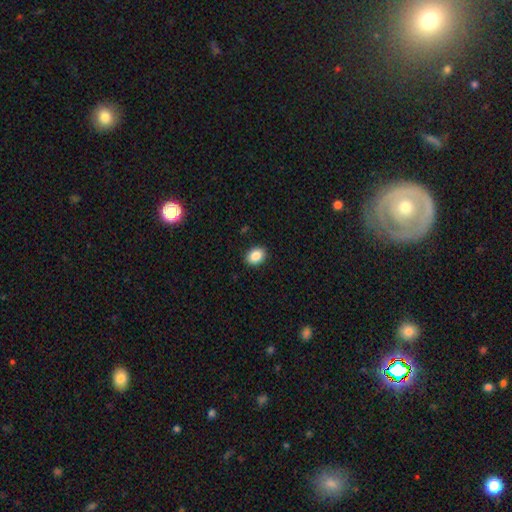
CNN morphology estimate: smooth 87%, star or artifact 8%, featured or disk 5%. Down the decision tree: how rounded — in between (70%); merging — none (90%).